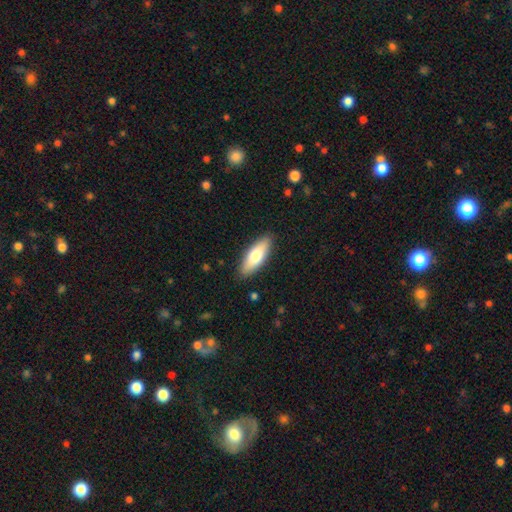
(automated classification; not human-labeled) This appears to be a smooth galaxy with no disk features (72%) that is in between round and cigar-shaped (61%). Merging: none (88%).